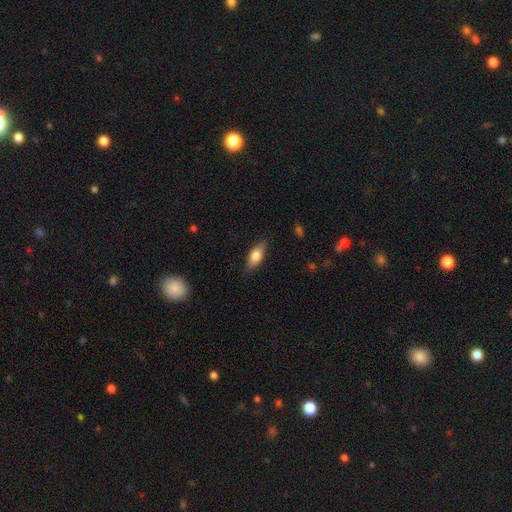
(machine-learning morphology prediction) Smooth or featured?
  - smooth: 68% *
  - featured or disk: 26%
  - star or artifact: 6%
How rounded?
  - in between: 70% *
  - cigar-shaped: 27%
  - round: 3%
Merging?
  - none: 84% *
  - minor disturbance: 12%
  - major disturbance: 3%
  - merger: 1%